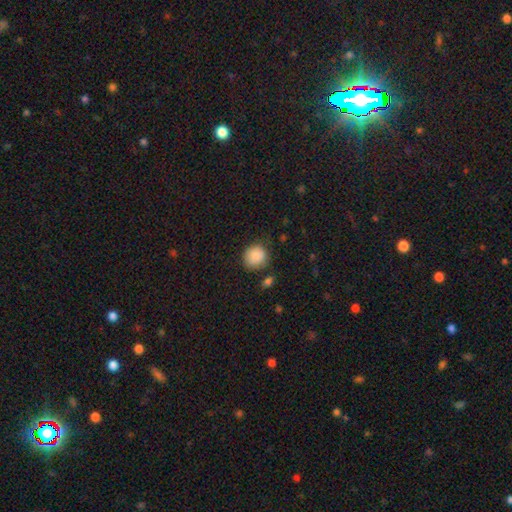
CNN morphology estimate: Q: Smooth or featured?
A: smooth (87%); runner-up: star or artifact (8%)
Q: How rounded?
A: round (84%); runner-up: in between (15%)
Q: Merging?
A: none (77%); runner-up: minor disturbance (15%)